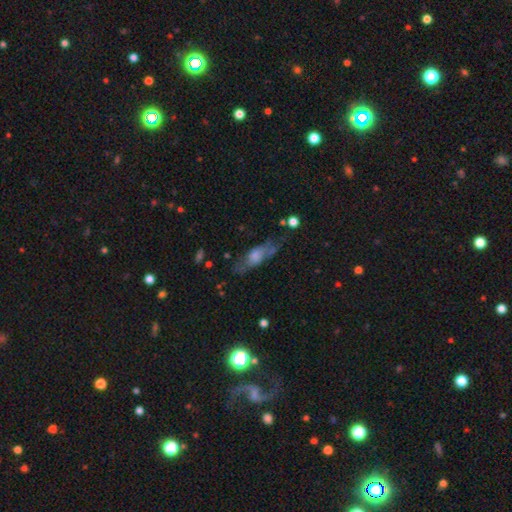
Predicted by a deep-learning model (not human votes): A featured or disk galaxy (47%). Merging: none (58%).